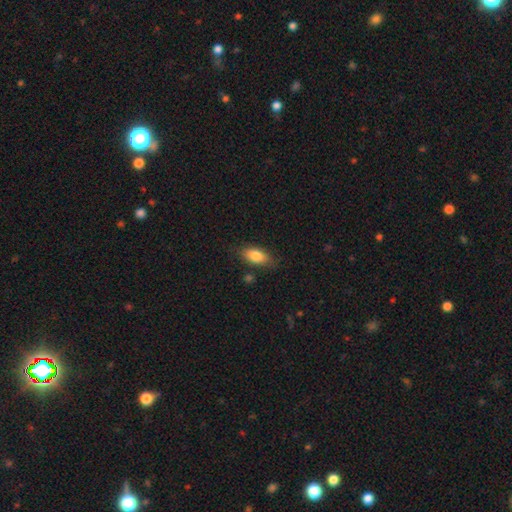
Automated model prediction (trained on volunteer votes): This is clearly a smooth galaxy (82%). How rounded: clearly in between (85%). Merging: likely none (79%).